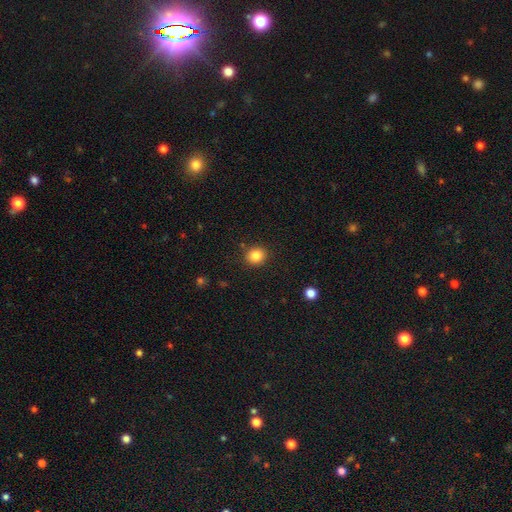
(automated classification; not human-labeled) A smooth galaxy with no disk features (85%) that is round (84%). Merging: none (89%).